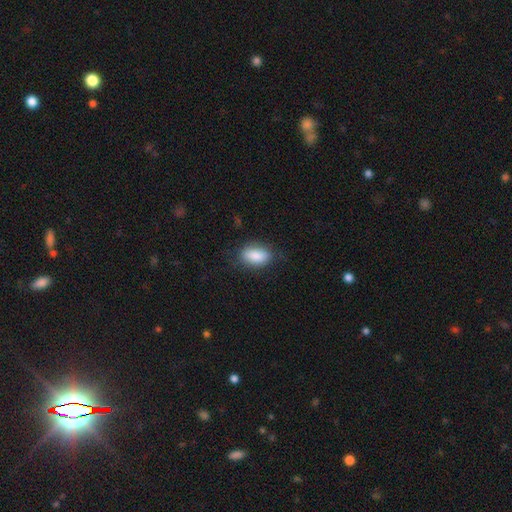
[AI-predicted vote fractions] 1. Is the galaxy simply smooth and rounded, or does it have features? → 87% smooth, 7% star or artifact, 6% featured or disk.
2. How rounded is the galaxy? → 90% in between, 7% round, 3% cigar-shaped.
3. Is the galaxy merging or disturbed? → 77% none, 17% minor disturbance, 5% major disturbance, 1% merger.